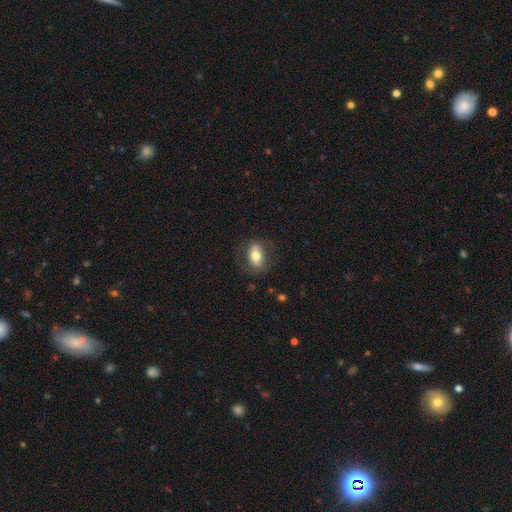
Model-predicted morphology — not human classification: type=smooth (70%); roundness=in between (85%); merging=none (78%).